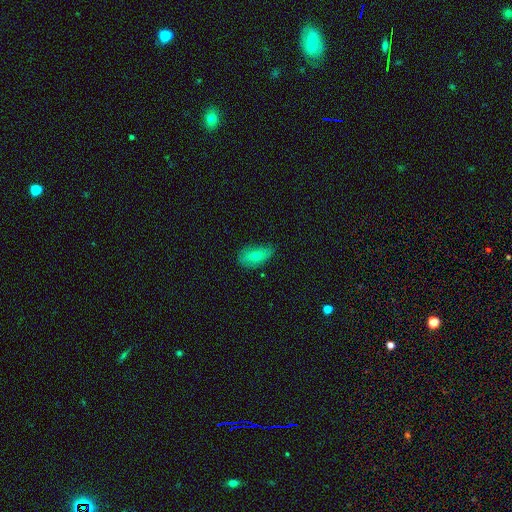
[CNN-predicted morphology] smooth-or-featured: smooth: 65% | featured or disk: 25% | star or artifact: 10%
  how-rounded: in between: 87% | round: 8% | cigar-shaped: 5%
  merging: none: 66% | minor disturbance: 27% | major disturbance: 5% | merger: 1%